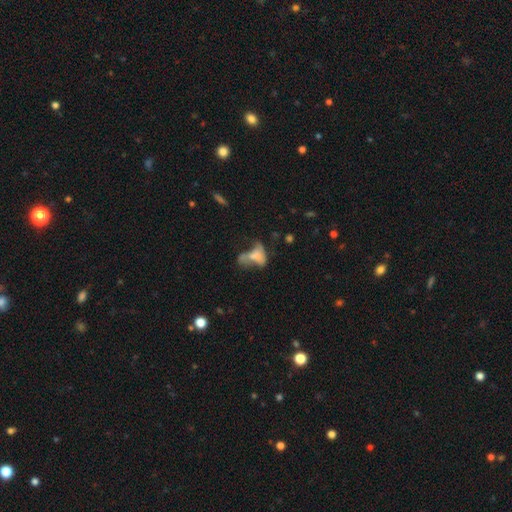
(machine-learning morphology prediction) smooth_or_featured: smooth (p=0.51) [alt: featured or disk p=0.35]
how_rounded: in between (p=0.84) [alt: round p=0.11]
merging: merger (p=0.42) [alt: major disturbance p=0.29]